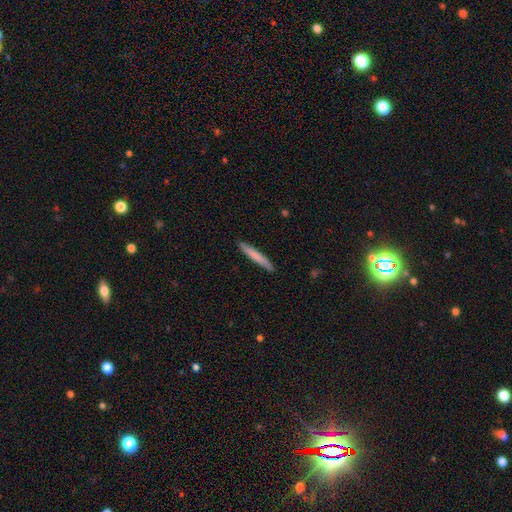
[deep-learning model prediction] Smooth or featured: smooth — 75% (featured or disk — 19%)
How rounded: cigar-shaped — 96% (in between — 3%)
Merging: none — 90% (minor disturbance — 7%)